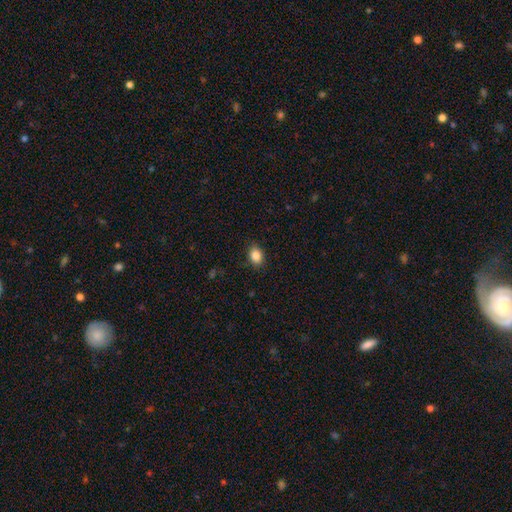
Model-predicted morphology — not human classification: Overall: smooth (86%). How rounded: in between (66%; round 33%). Merging: none (86%).